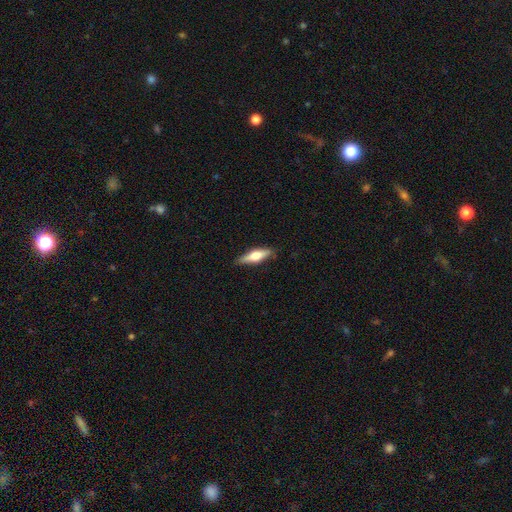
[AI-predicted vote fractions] Q: Smooth or featured?
A: featured or disk (49%); runner-up: smooth (46%)
Q: Merging?
A: none (86%); runner-up: minor disturbance (11%)